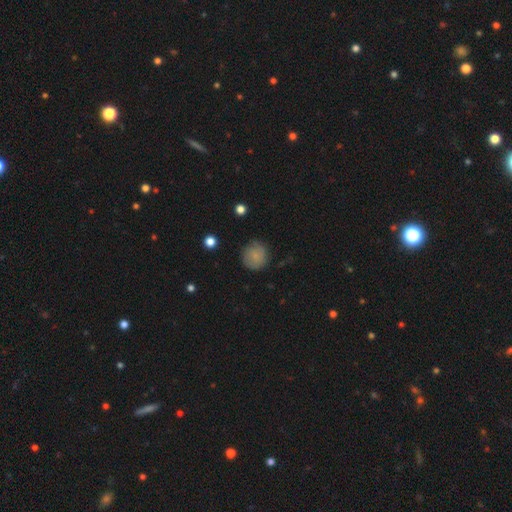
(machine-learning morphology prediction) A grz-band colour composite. It shows a smooth galaxy with no disk features (77%) that is round (92%). Merging: none (76%).